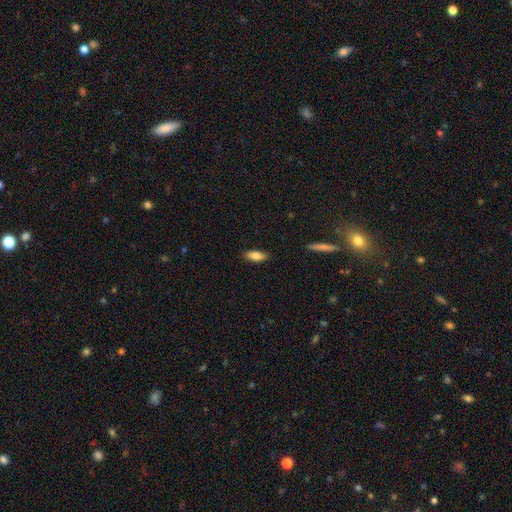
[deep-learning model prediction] A smooth galaxy with no disk features (81%) that is in between round and cigar-shaped (76%). Merging: none (86%).